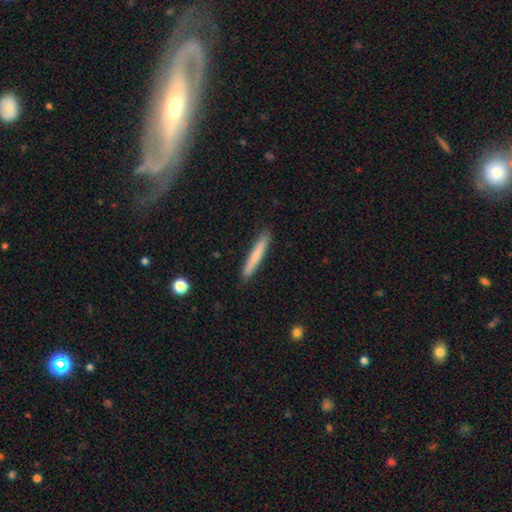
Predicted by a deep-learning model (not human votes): Overall: smooth (77%). How rounded: cigar-shaped (96%). Merging: none (91%).